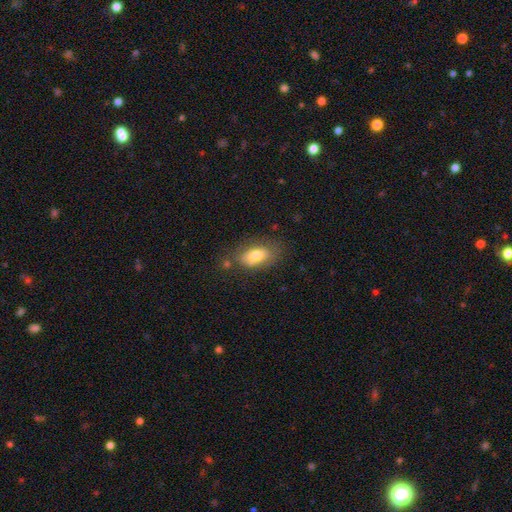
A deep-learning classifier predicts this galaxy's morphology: Smooth or featured? Predicted: smooth (p=0.73). How rounded? Predicted: in between (p=0.88). Merging? Predicted: none (p=0.65).